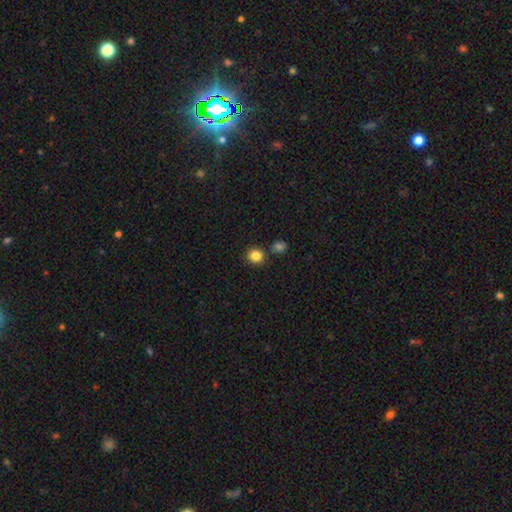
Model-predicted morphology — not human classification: Smooth or featured?
  - smooth: 85% *
  - star or artifact: 11%
  - featured or disk: 4%
How rounded?
  - round: 87% *
  - in between: 13%
  - cigar-shaped: 1%
Merging?
  - none: 82% *
  - merger: 8%
  - minor disturbance: 7%
  - major disturbance: 2%